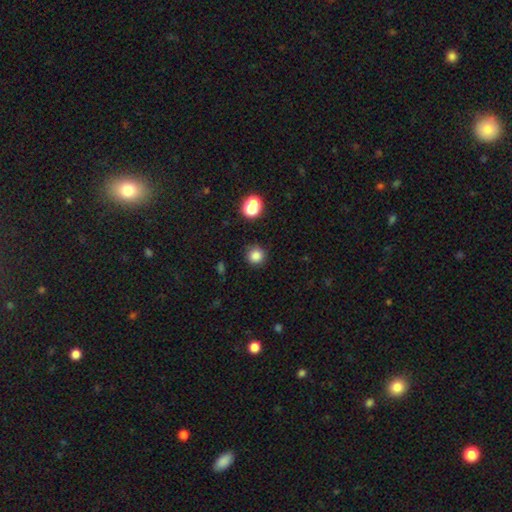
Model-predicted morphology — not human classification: Q: Smooth or featured?
A: smooth (83%); runner-up: star or artifact (13%)
Q: How rounded?
A: round (93%); runner-up: in between (6%)
Q: Merging?
A: none (85%); runner-up: minor disturbance (9%)